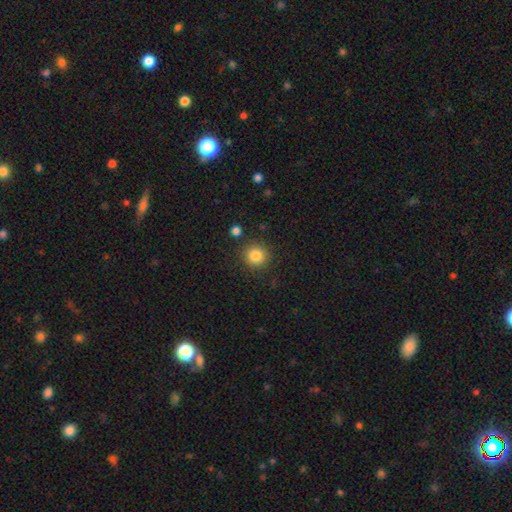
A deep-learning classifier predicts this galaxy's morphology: The model was most divided on "smooth or featured": smooth: 84%, star or artifact: 11%, featured or disk: 5%. More confident: how rounded — round (93%); merging — none (88%).